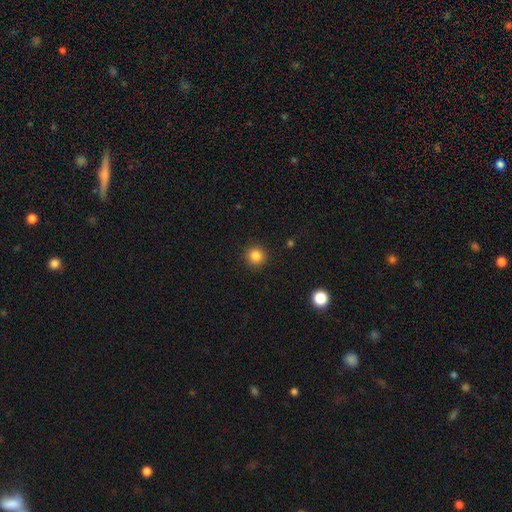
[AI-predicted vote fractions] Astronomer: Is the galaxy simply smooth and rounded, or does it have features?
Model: smooth — 85%.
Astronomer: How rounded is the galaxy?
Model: round — 94%.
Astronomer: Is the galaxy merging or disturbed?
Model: none — 92%.